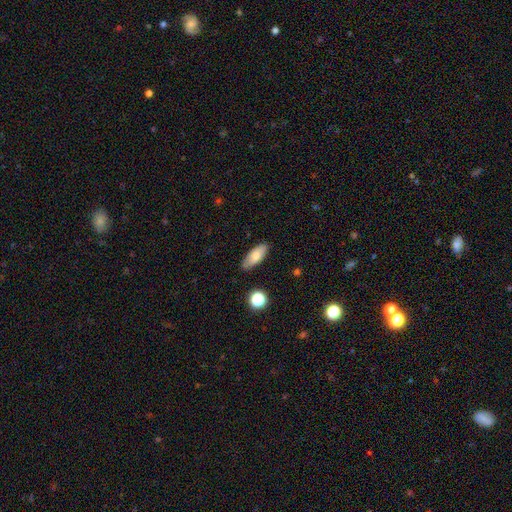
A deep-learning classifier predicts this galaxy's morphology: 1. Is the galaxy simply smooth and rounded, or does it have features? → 75% smooth, 18% featured or disk, 7% star or artifact.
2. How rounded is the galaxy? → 78% in between, 19% cigar-shaped, 3% round.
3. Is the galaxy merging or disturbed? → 84% none, 12% minor disturbance, 2% major disturbance, 2% merger.